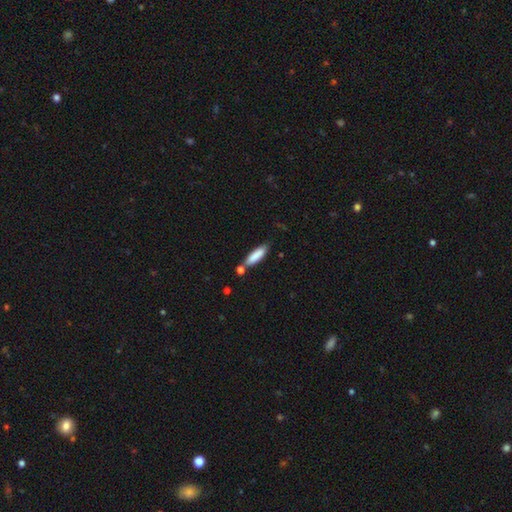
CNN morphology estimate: smooth-or-featured: smooth: 85% | featured or disk: 9% | star or artifact: 6%
  how-rounded: cigar-shaped: 63% | in between: 35% | round: 2%
  merging: none: 68% | minor disturbance: 15% | merger: 14% | major disturbance: 3%